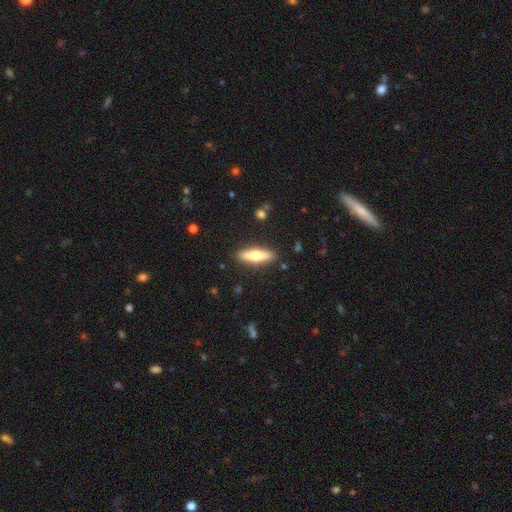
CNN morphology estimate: A smooth galaxy with no disk features (58%) that is cigar-shaped (65%). Merging: none (88%).